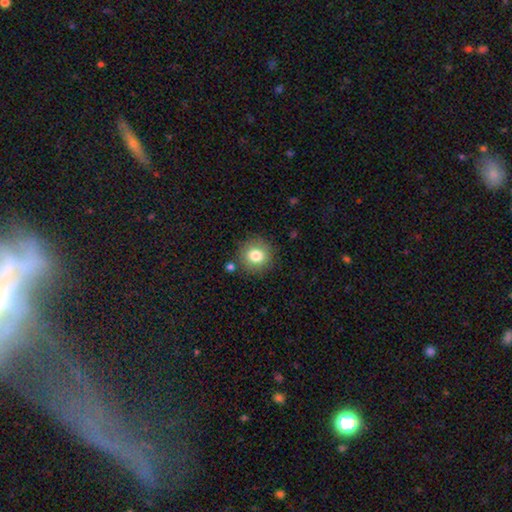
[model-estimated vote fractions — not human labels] A smooth galaxy with no disk features (80%) that is round (89%).

Vote fractions:
- Smooth or featured? smooth: 80% / star or artifact: 10% / featured or disk: 10%
- How rounded? round: 89% / in between: 10% / cigar-shaped: 1%
- Merging? none: 84% / minor disturbance: 10% / merger: 3% / major disturbance: 3%